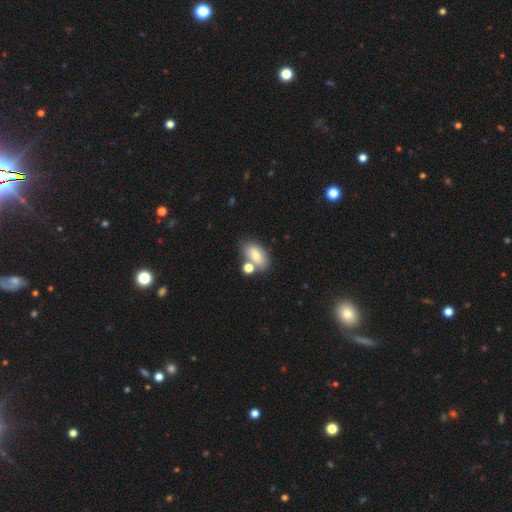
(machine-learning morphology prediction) type=smooth (75%); roundness=in between (88%); merging=none (55%).